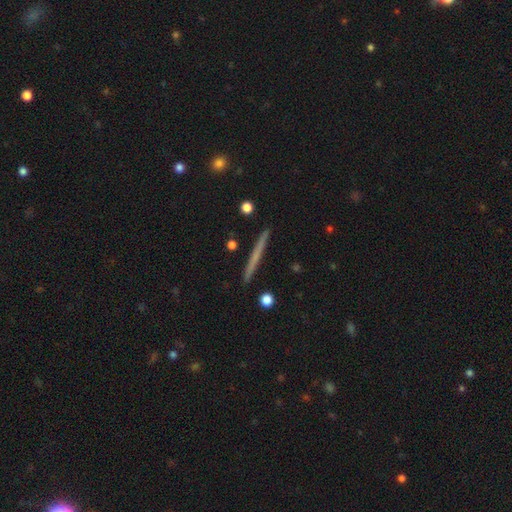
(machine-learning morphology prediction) The model was most divided on "smooth or featured": smooth: 48%, featured or disk: 46%, star or artifact: 6%. More confident: merging — none (92%).